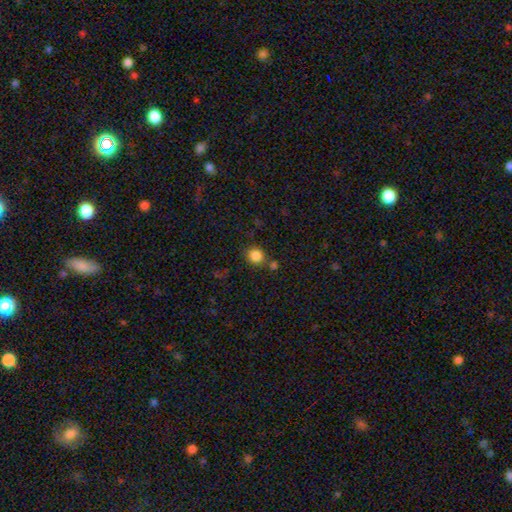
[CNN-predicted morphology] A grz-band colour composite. It shows a smooth galaxy with no disk features (85%) that is round (84%). Merging: none (76%).